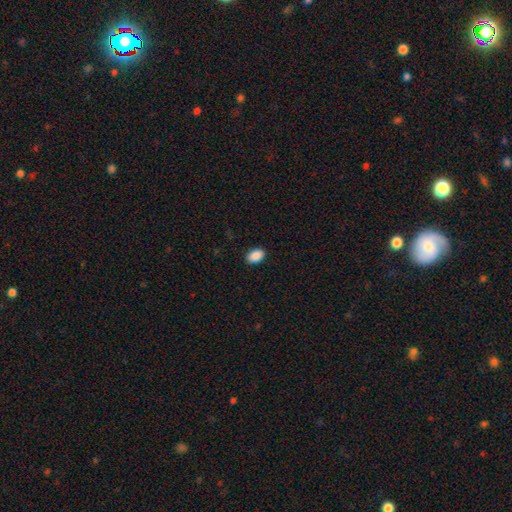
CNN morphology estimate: A smooth galaxy with no disk features (90%) that is in between round and cigar-shaped (87%).

Vote fractions:
- Smooth or featured? smooth: 90% / star or artifact: 7% / featured or disk: 3%
- How rounded? in between: 87% / round: 12% / cigar-shaped: 1%
- Merging? none: 89% / minor disturbance: 8% / major disturbance: 2% / merger: 1%